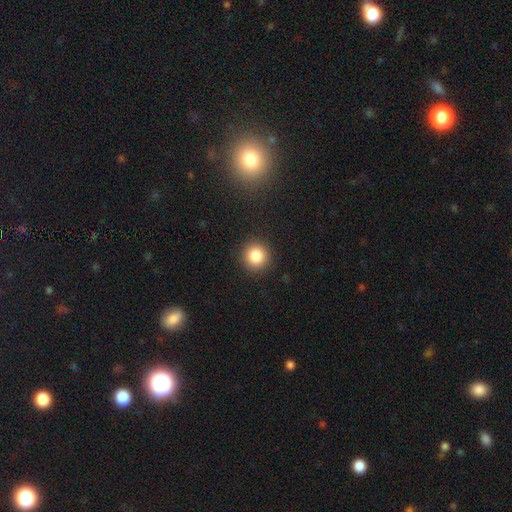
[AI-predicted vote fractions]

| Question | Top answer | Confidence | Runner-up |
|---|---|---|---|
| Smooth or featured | smooth | 84% | star or artifact (11%) |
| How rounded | round | 93% | in between (6%) |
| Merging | none | 91% | minor disturbance (6%) |